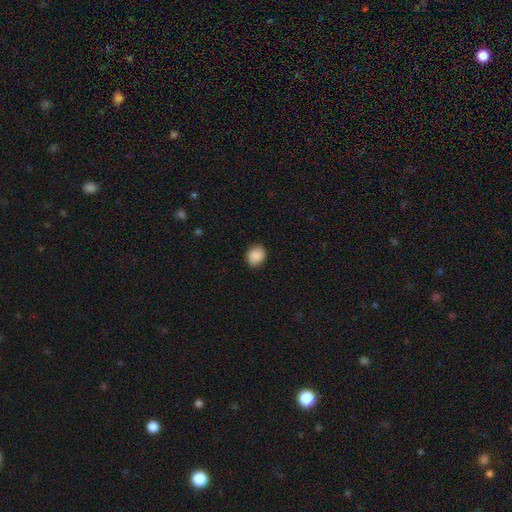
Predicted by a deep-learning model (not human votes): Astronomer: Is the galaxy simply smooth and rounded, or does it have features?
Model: smooth — 89%.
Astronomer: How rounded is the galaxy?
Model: round — 67%.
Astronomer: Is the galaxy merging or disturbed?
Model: none — 88%.